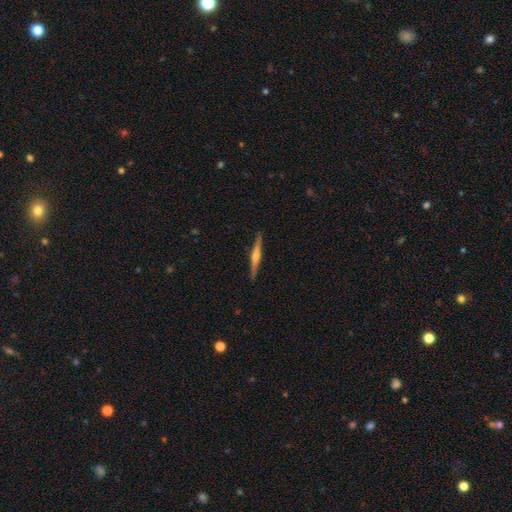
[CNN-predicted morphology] smooth_or_featured: featured or disk (p=0.69) [alt: smooth p=0.25]
disk_edge_on: yes (p=0.98) [alt: no p=0.02]
edge_on_bulge: rounded (p=0.79) [alt: none p=0.12]
merging: none (p=0.91) [alt: minor disturbance p=0.07]